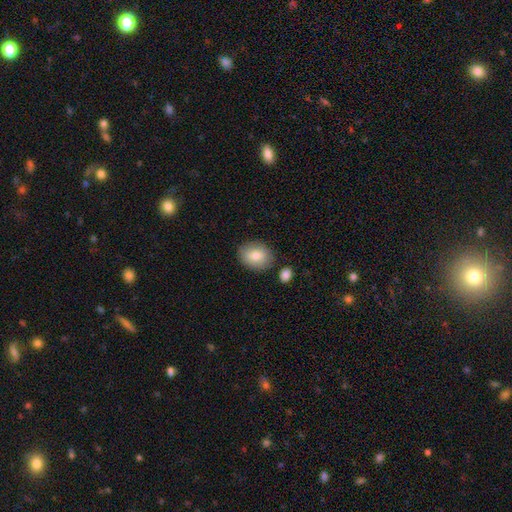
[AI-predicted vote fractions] smooth_or_featured: smooth (p=0.79) [alt: featured or disk p=0.14]
how_rounded: in between (p=0.51) [alt: round p=0.48]
merging: none (p=0.80) [alt: minor disturbance p=0.13]